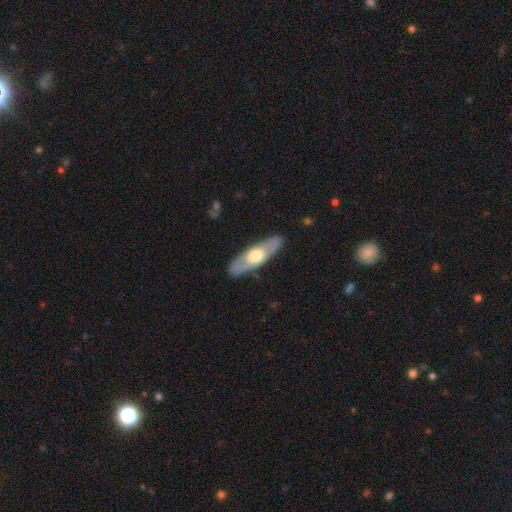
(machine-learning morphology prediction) Smooth or featured? featured or disk (53%)
Edge-on disk? yes (55%)
Merging? none (88%)